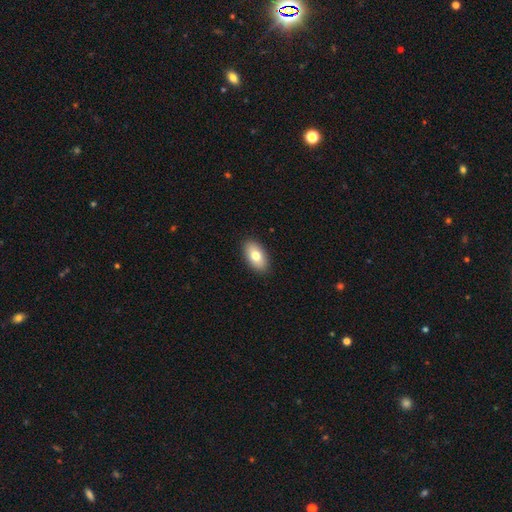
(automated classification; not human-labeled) Q: Smooth or featured?
A: smooth (77%); runner-up: featured or disk (16%)
Q: How rounded?
A: in between (93%); runner-up: round (4%)
Q: Merging?
A: none (90%); runner-up: minor disturbance (7%)